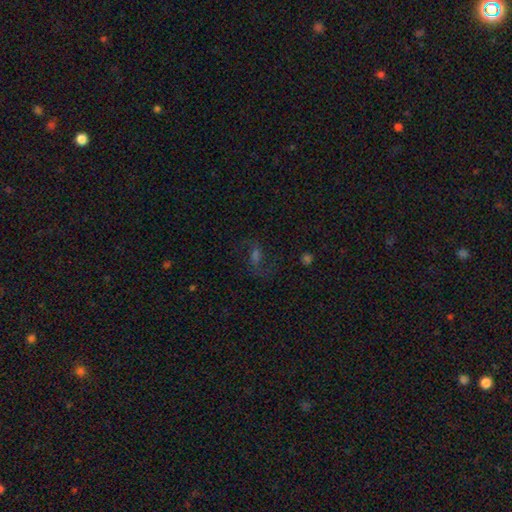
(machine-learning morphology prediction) This appears to be a featured or disk galaxy (47%). Merging: none (67%).